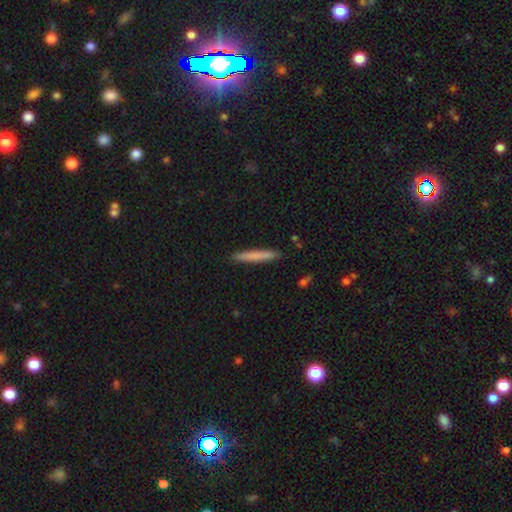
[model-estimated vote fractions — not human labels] Overall: smooth (75%). How rounded: cigar-shaped (96%). Merging: none (90%).